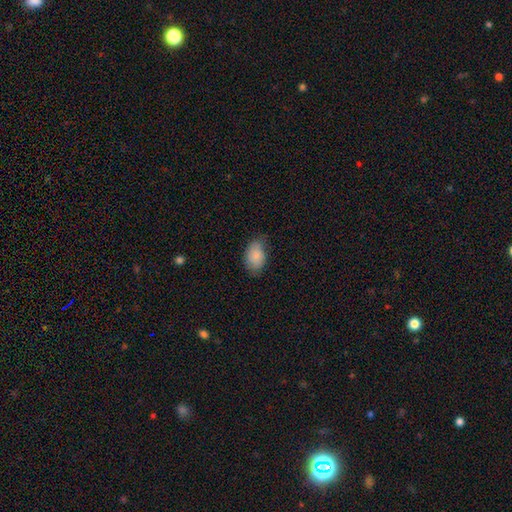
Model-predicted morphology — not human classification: Smooth or featured? smooth (85%)
How rounded? in between (88%)
Merging? none (68%)